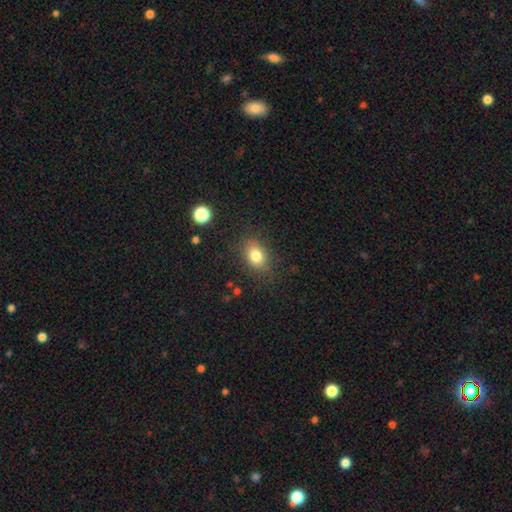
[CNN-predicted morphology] Smooth or featured: smooth — 81% (star or artifact — 11%)
How rounded: in between — 66% (round — 32%)
Merging: none — 82% (minor disturbance — 12%)